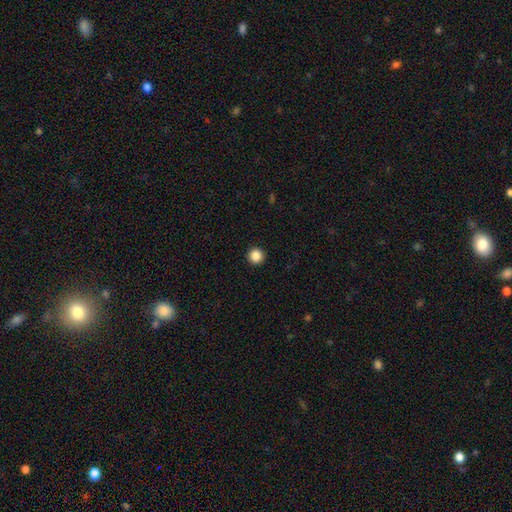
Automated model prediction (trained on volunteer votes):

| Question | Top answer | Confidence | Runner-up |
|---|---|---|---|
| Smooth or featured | smooth | 87% | star or artifact (10%) |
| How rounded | round | 96% | in between (3%) |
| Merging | none | 94% | minor disturbance (4%) |